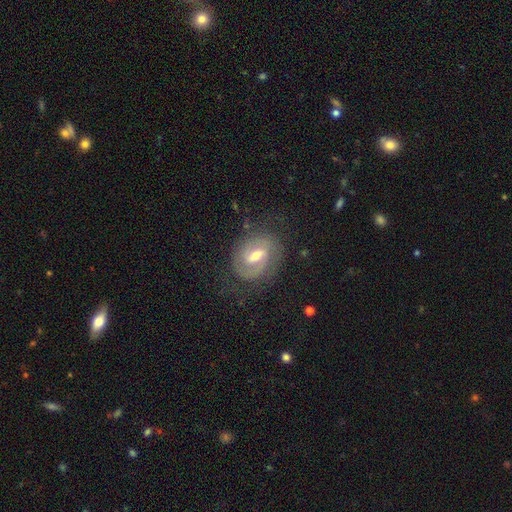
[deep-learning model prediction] A featured or disk galaxy (79%) with a weak bar (53%), 2 (72%) tight (48%) spiral arms (89%) and a moderate central bulge (64%).

Vote fractions:
- Smooth or featured? featured or disk: 79% / smooth: 15% / star or artifact: 6%
- Edge-on disk? no: 96% / yes: 4%
- Bar? weak: 53% / strong: 34% / no: 14%
- Spiral arms? yes: 89% / no: 11%
- Spiral winding? tight: 48% / medium: 39% / loose: 13%
- Spiral arm count? 2: 72% / can't tell: 13% / 1: 9% / 3: 3% / 4: 1% / more than 4: 1%
- Bulge size? moderate: 64% / small: 28% / large: 6% / none: 1% / dominant: 1%
- Merging? none: 73% / minor disturbance: 17% / major disturbance: 9% / merger: 1%